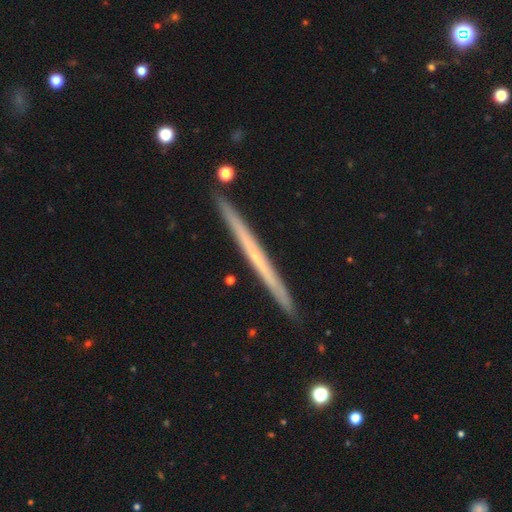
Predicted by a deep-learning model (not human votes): Smooth or featured?
  - featured or disk: 58% *
  - smooth: 37%
  - star or artifact: 5%
Edge-on disk?
  - yes: 98% *
  - no: 2%
Edge-on bulge?
  - none: 92% *
  - rounded: 6%
  - boxy: 2%
Merging?
  - none: 91% *
  - minor disturbance: 6%
  - merger: 1%
  - major disturbance: 1%